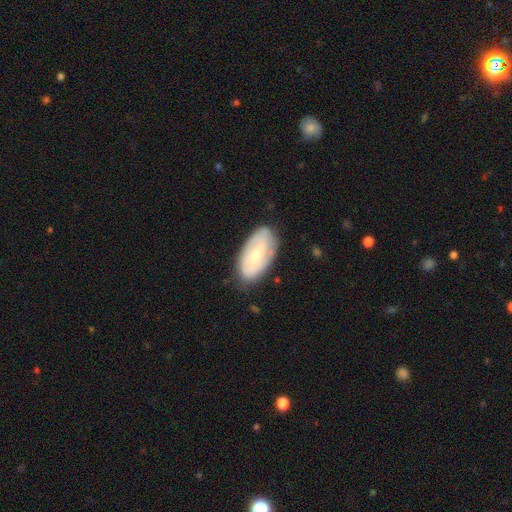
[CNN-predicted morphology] smooth_or_featured: featured or disk (p=0.54) [alt: smooth p=0.40]
disk_edge_on: no (p=0.92) [alt: yes p=0.08]
merging: none (p=0.79) [alt: minor disturbance p=0.16]